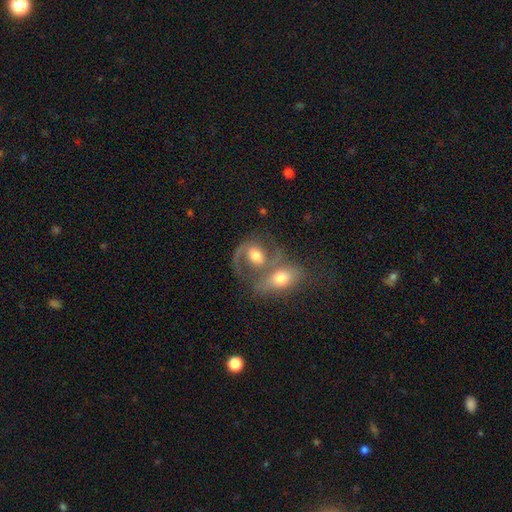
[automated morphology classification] smooth_or_featured: featured or disk (p=0.65) [alt: smooth p=0.27]
disk_edge_on: no (p=0.96) [alt: yes p=0.04]
bar: no (p=0.55) [alt: weak p=0.35]
has_spiral_arms: yes (p=0.85) [alt: no p=0.15]
spiral_winding: medium (p=0.51) [alt: loose p=0.27]
spiral_arm_count: 2 (p=0.69) [alt: 1 p=0.22]
bulge_size: moderate (p=0.63) [alt: large p=0.19]
merging: merger (p=0.57) [alt: none p=0.26]